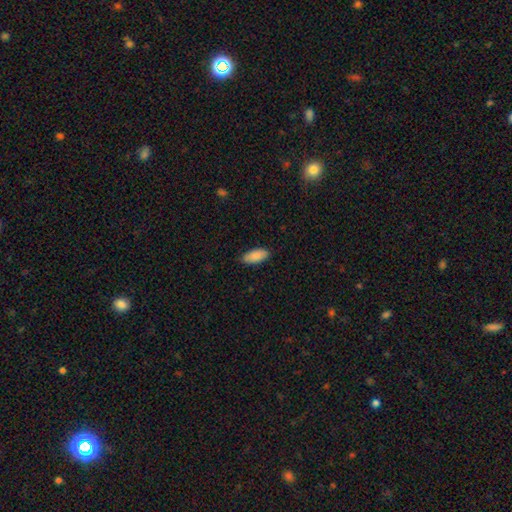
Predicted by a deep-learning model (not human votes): smooth-or-featured: smooth: 89% | star or artifact: 6% | featured or disk: 5%
  how-rounded: in between: 89% | cigar-shaped: 9% | round: 2%
  merging: none: 85% | minor disturbance: 12% | major disturbance: 2% | merger: 1%